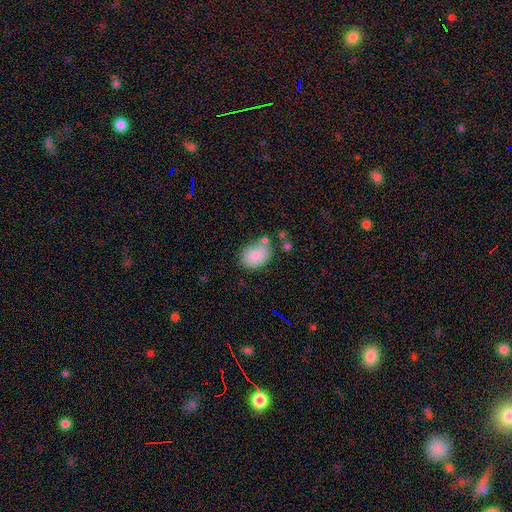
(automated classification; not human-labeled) A smooth galaxy with no disk features (83%) that is in between round and cigar-shaped (74%).

Vote fractions:
- Smooth or featured? smooth: 83% / featured or disk: 9% / star or artifact: 8%
- How rounded? in between: 74% / round: 25% / cigar-shaped: 1%
- Merging? none: 62% / minor disturbance: 21% / merger: 12% / major disturbance: 6%